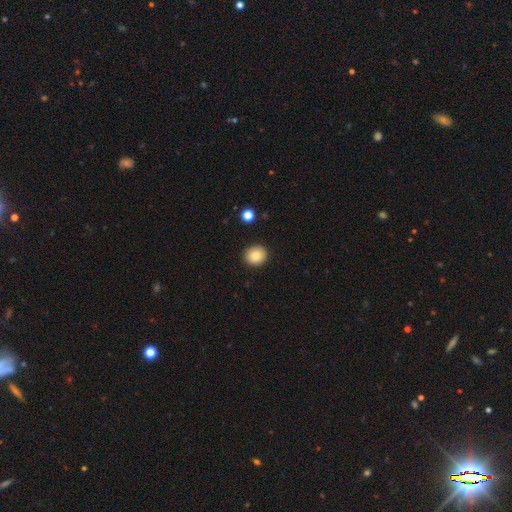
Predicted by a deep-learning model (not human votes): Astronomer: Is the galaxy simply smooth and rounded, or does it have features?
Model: smooth — 84%.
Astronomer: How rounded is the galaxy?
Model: round — 84%.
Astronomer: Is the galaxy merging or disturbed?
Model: none — 91%.